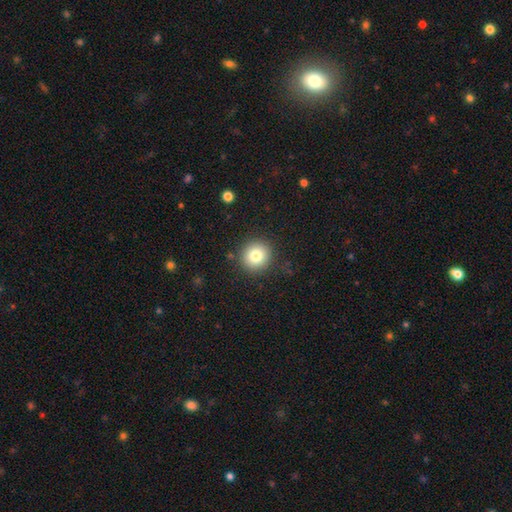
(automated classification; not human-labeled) This appears to be a smooth galaxy with no disk features (80%) that is round (92%). Merging: none (89%).